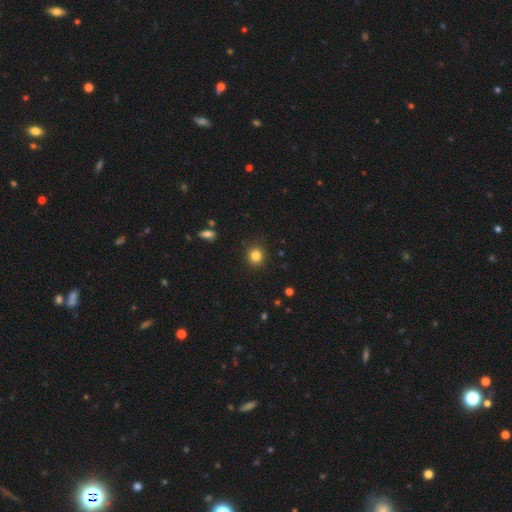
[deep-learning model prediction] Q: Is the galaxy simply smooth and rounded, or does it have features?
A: smooth — 83%.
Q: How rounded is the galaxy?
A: round — 90%.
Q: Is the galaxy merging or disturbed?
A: none — 90%.